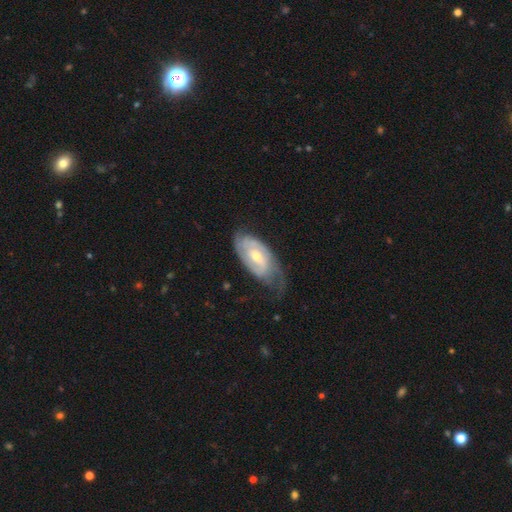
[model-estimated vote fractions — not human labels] This is likely a featured or disk galaxy (79%). It is clearly not viewed edge-on (93%). Bar: possibly weak (46%). Spiral arm pattern: clearly yes (92%). Spiral arm count: possibly 2 (49%). Spiral winding: possibly tight (60%). Central bulge: likely moderate (61%). Merging: possibly none (57%).